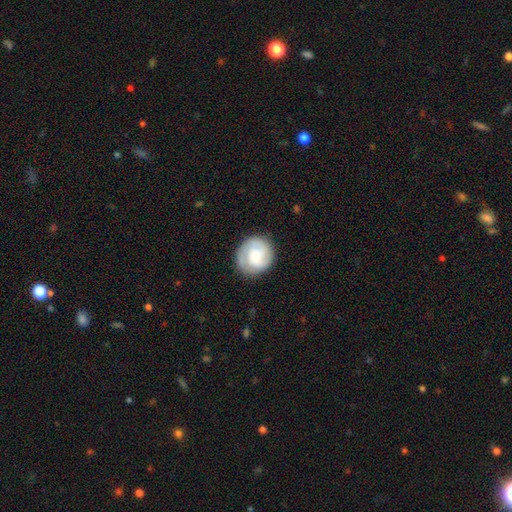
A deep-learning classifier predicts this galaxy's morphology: Smooth or featured: smooth — 49% (featured or disk — 45%)
Merging: none — 80% (minor disturbance — 14%)